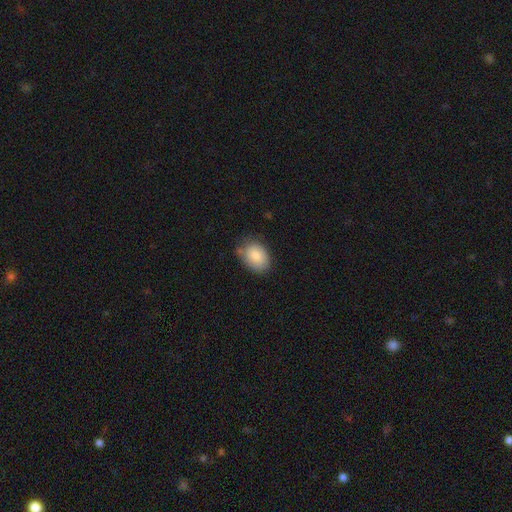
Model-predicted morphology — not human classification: Smooth or featured: smooth — 85% (featured or disk — 8%)
How rounded: in between — 76% (round — 23%)
Merging: none — 70% (minor disturbance — 22%)